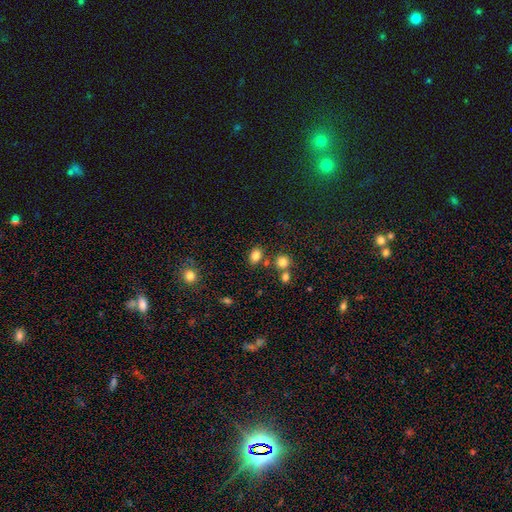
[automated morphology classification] This is clearly a smooth galaxy (81%). How rounded: likely in between (66%). Merging: likely none (74%).